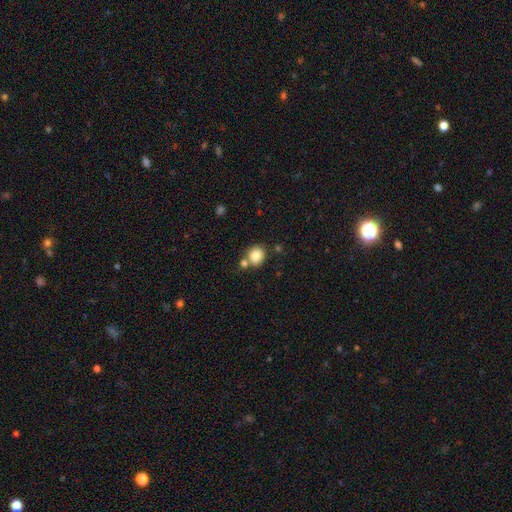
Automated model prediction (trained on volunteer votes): Smooth or featured?
  - smooth: 84% *
  - star or artifact: 9%
  - featured or disk: 6%
How rounded?
  - round: 77% *
  - in between: 22%
  - cigar-shaped: 1%
Merging?
  - none: 64% *
  - merger: 22%
  - minor disturbance: 10%
  - major disturbance: 3%